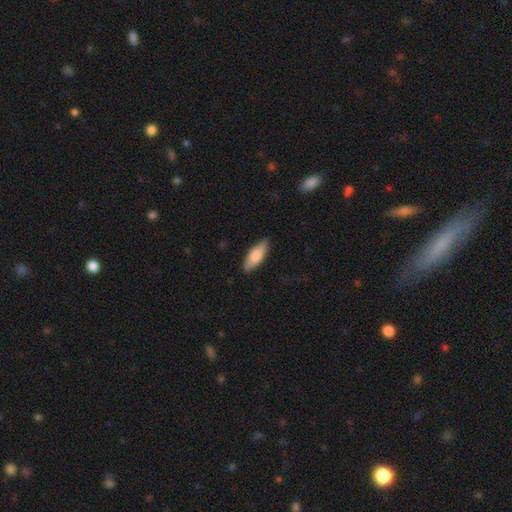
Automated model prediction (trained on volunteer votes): Smooth or featured: smooth — 80% (featured or disk — 15%)
How rounded: in between — 69% (cigar-shaped — 29%)
Merging: none — 85% (minor disturbance — 12%)